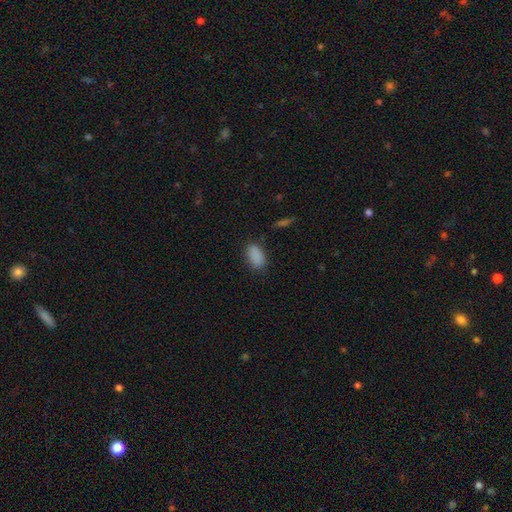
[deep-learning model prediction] smooth_or_featured: smooth (p=0.87) [alt: star or artifact p=0.09]
how_rounded: in between (p=0.92) [alt: round p=0.05]
merging: none (p=0.80) [alt: minor disturbance p=0.14]